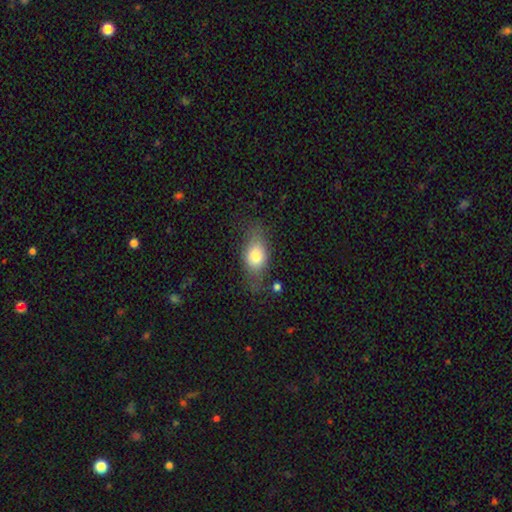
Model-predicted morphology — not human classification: smooth 74%, featured or disk 18%, star or artifact 9%. Down the decision tree: how rounded — in between (78%); merging — none (61%).